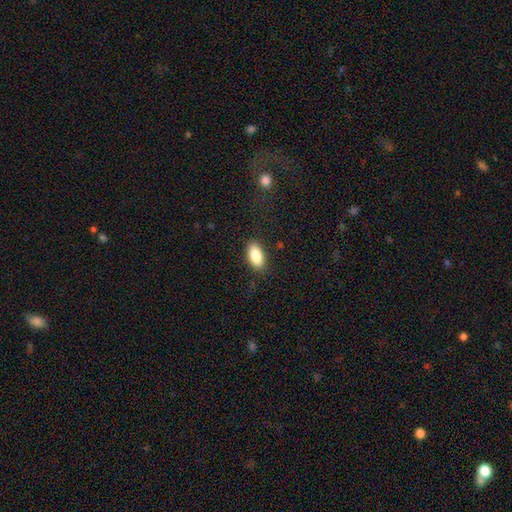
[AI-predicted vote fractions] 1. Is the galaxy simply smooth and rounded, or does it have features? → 88% smooth, 7% star or artifact, 6% featured or disk.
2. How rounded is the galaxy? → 92% in between, 5% cigar-shaped, 3% round.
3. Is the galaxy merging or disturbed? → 87% none, 9% minor disturbance, 3% major disturbance, 1% merger.